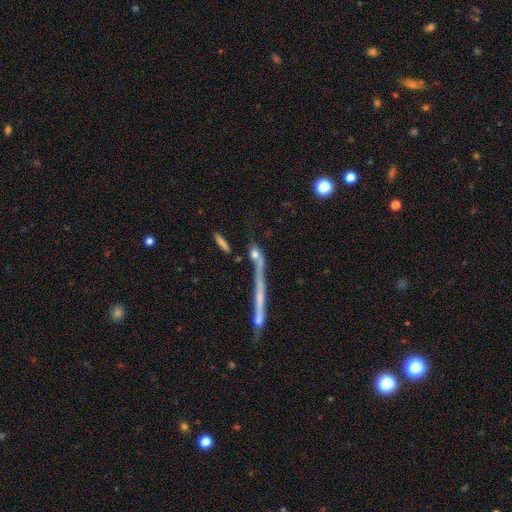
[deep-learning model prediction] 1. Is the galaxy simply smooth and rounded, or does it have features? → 43% smooth, 40% featured or disk, 17% star or artifact.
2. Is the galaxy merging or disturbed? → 53% none, 24% merger, 14% minor disturbance, 9% major disturbance.